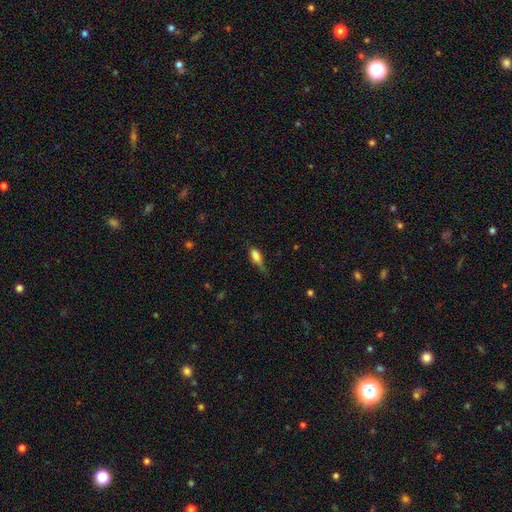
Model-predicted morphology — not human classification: Q: Smooth or featured?
A: smooth (76%); runner-up: featured or disk (14%)
Q: How rounded?
A: in between (78%); runner-up: cigar-shaped (17%)
Q: Merging?
A: minor disturbance (39%); runner-up: none (38%)